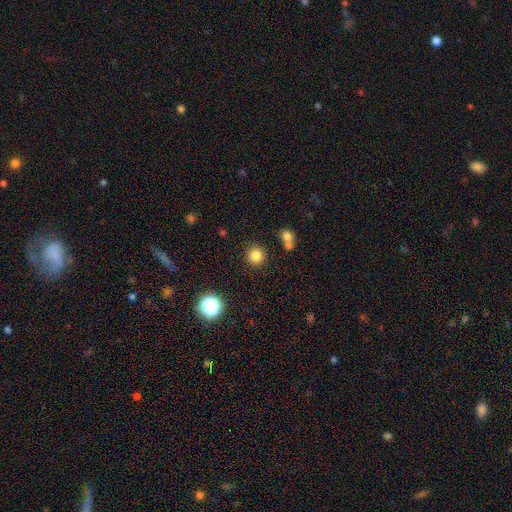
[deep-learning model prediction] smooth_or_featured: smooth (p=0.82) [alt: star or artifact p=0.13]
how_rounded: round (p=0.92) [alt: in between p=0.07]
merging: none (p=0.84) [alt: minor disturbance p=0.07]